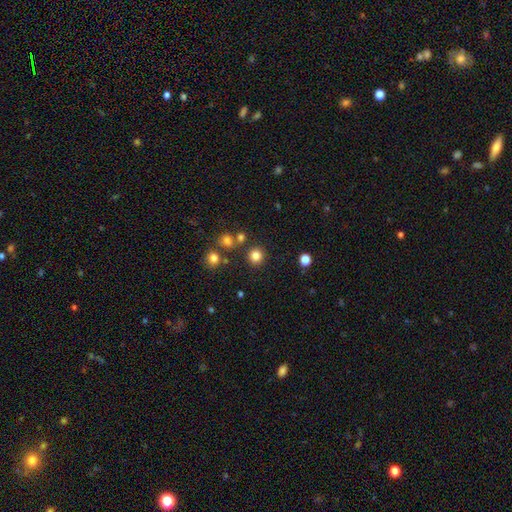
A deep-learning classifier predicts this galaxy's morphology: type=smooth (81%); roundness=round (92%); merging=none (85%).